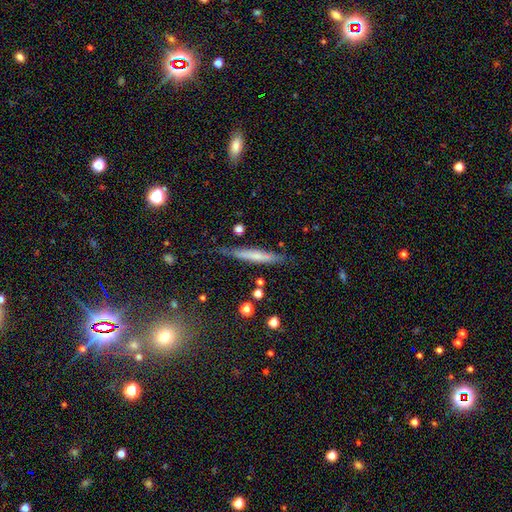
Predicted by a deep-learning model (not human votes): Smooth or featured?
  - smooth: 53% *
  - featured or disk: 39%
  - star or artifact: 8%
How rounded?
  - cigar-shaped: 94% *
  - in between: 5%
  - round: 2%
Merging?
  - none: 78% *
  - minor disturbance: 16%
  - major disturbance: 3%
  - merger: 3%